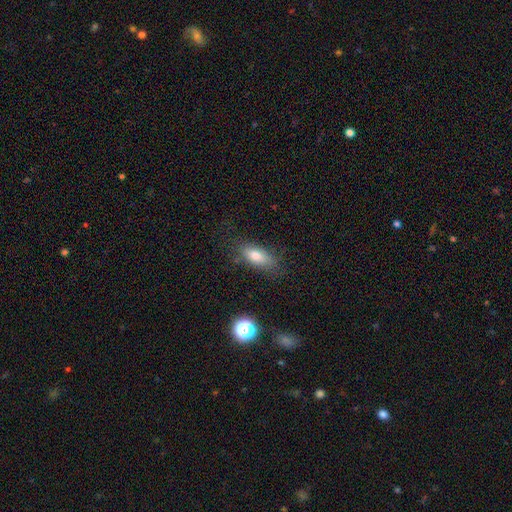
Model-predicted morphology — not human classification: type=smooth (77%); roundness=in between (79%); merging=none (73%).